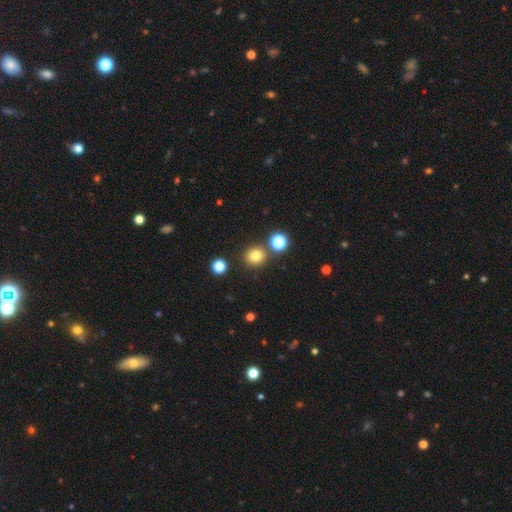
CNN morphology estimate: Smooth or featured?
  - smooth: 78% *
  - star or artifact: 16%
  - featured or disk: 6%
How rounded?
  - round: 86% *
  - in between: 13%
  - cigar-shaped: 1%
Merging?
  - none: 82% *
  - merger: 8%
  - minor disturbance: 7%
  - major disturbance: 3%